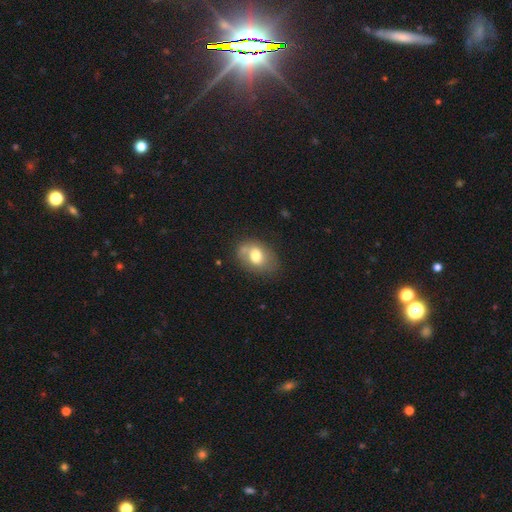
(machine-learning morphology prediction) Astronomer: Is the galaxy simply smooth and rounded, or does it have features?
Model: smooth — 69%.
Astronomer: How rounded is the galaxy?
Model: in between — 73%.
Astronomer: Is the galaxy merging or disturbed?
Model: none — 53%.